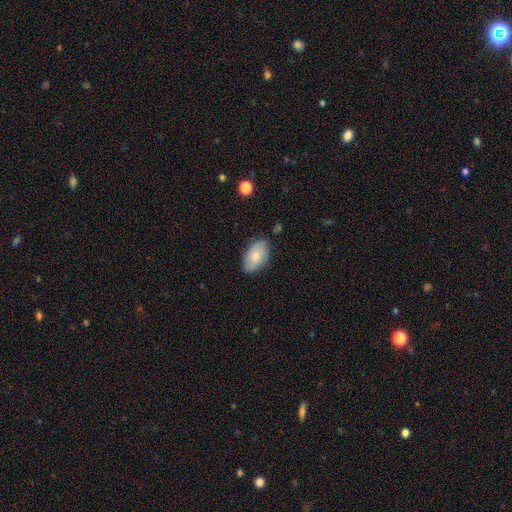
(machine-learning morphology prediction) A smooth galaxy with no disk features (71%) that is in between round and cigar-shaped (93%). Merging: none (76%).